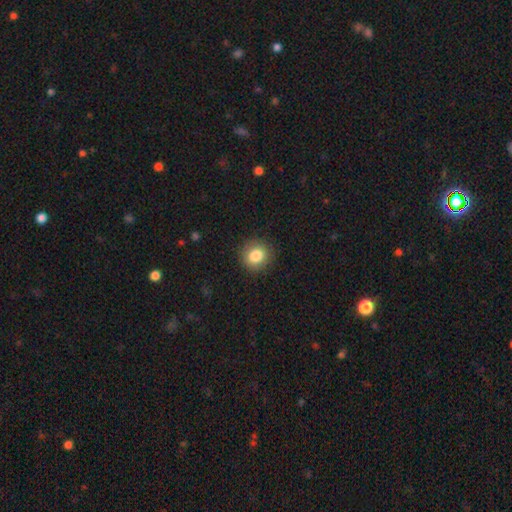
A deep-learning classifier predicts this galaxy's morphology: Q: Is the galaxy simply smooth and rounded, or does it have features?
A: smooth — 84%.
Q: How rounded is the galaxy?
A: round — 86%.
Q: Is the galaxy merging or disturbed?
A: none — 89%.